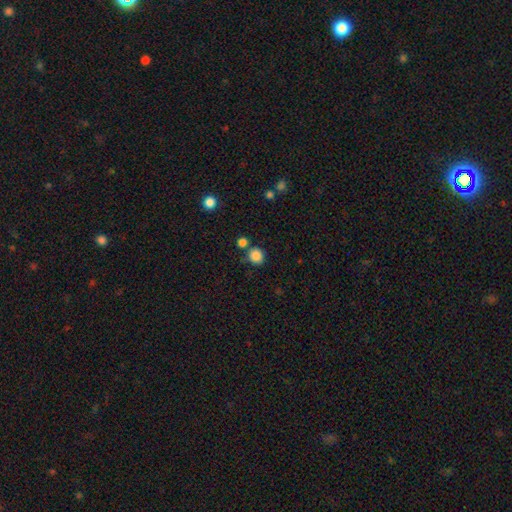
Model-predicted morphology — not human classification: smooth-or-featured: smooth: 86% | star or artifact: 11% | featured or disk: 4%
  how-rounded: round: 83% | in between: 16% | cigar-shaped: 1%
  merging: none: 70% | merger: 14% | minor disturbance: 12% | major disturbance: 4%